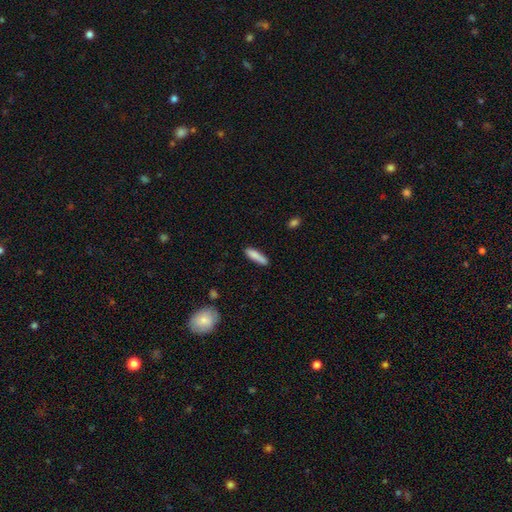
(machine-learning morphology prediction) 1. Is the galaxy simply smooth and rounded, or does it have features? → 84% smooth, 9% featured or disk, 7% star or artifact.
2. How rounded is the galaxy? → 74% cigar-shaped, 24% in between, 2% round.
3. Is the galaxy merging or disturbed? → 77% none, 16% minor disturbance, 3% merger, 3% major disturbance.